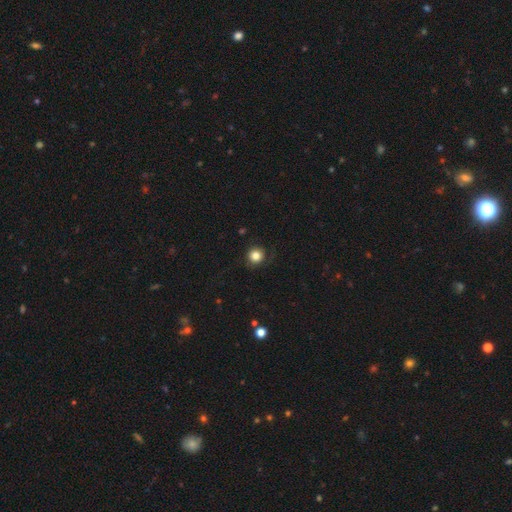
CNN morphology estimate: Smooth or featured: smooth — 83% (star or artifact — 11%)
How rounded: round — 93% (in between — 6%)
Merging: none — 85% (minor disturbance — 10%)